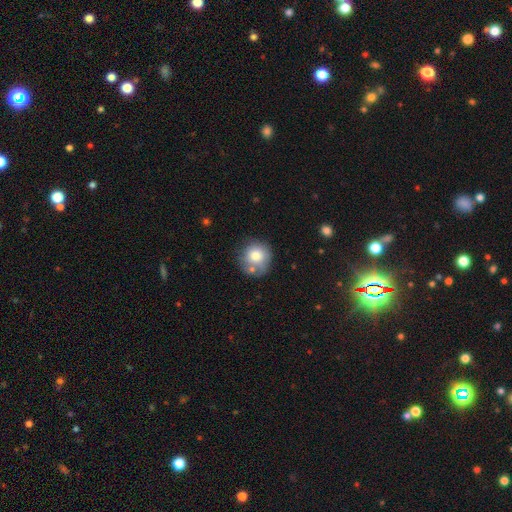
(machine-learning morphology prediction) Overall: smooth (77%). How rounded: round (90%). Merging: none (61%).